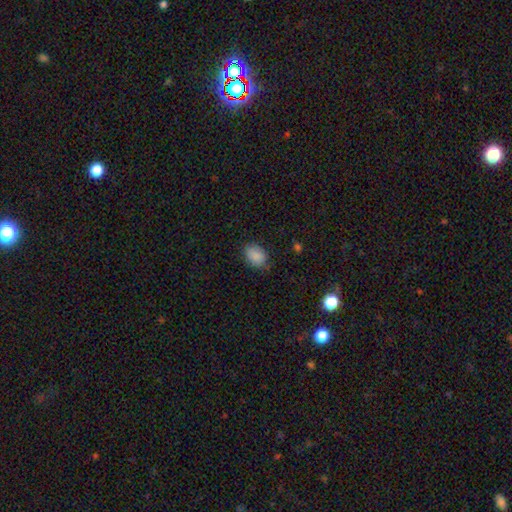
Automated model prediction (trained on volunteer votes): A smooth galaxy with no disk features (88%) that is in between round and cigar-shaped (68%).

Vote fractions:
- Smooth or featured? smooth: 88% / star or artifact: 8% / featured or disk: 4%
- How rounded? in between: 68% / round: 31% / cigar-shaped: 1%
- Merging? none: 78% / minor disturbance: 18% / major disturbance: 4% / merger: 1%